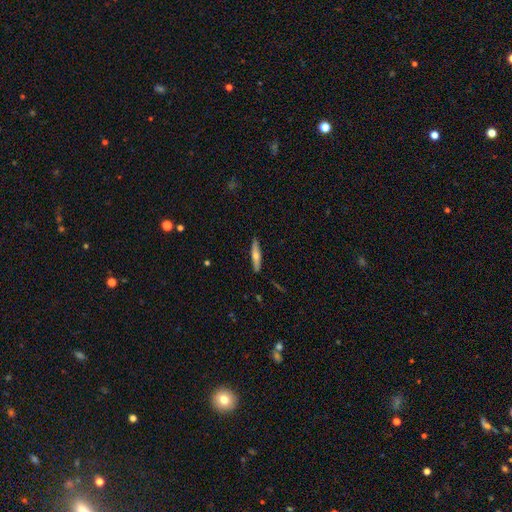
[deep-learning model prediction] smooth-or-featured: smooth: 48% | featured or disk: 46% | star or artifact: 6%
  merging: none: 90% | minor disturbance: 8% | major disturbance: 1% | merger: 1%